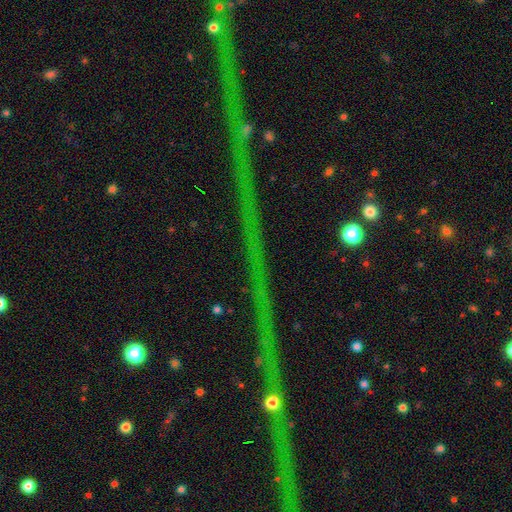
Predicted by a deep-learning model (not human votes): The model was most divided on "smooth or featured": star or artifact: 77%, featured or disk: 15%, smooth: 8%.